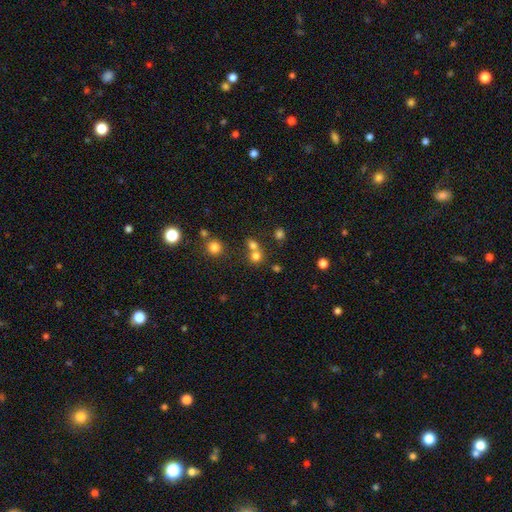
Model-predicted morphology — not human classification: smooth_or_featured: smooth (p=0.72) [alt: star or artifact p=0.18]
how_rounded: round (p=0.82) [alt: in between p=0.17]
merging: none (p=0.47) [alt: merger p=0.43]